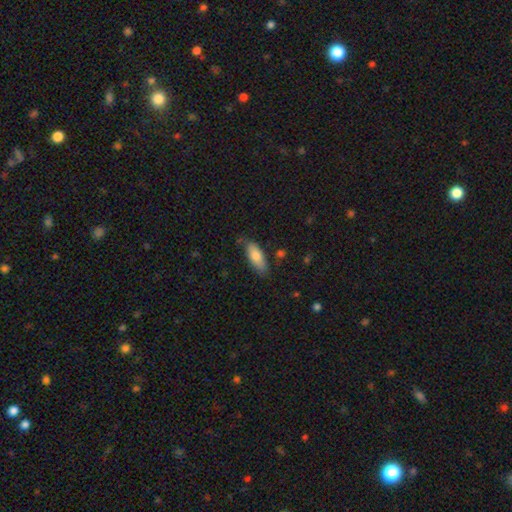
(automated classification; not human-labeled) Morphology: type=smooth (77%); roundness=in between (71%); merging=none (75%).